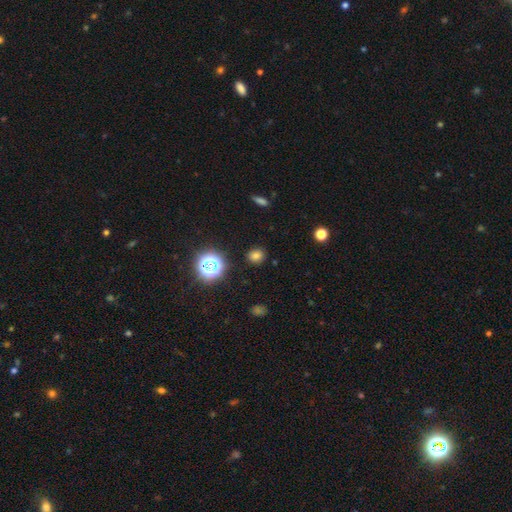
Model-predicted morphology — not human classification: Smooth or featured?
  - smooth: 74% *
  - star or artifact: 21%
  - featured or disk: 6%
How rounded?
  - round: 80% *
  - in between: 19%
  - cigar-shaped: 1%
Merging?
  - none: 88% *
  - minor disturbance: 8%
  - major disturbance: 2%
  - merger: 2%